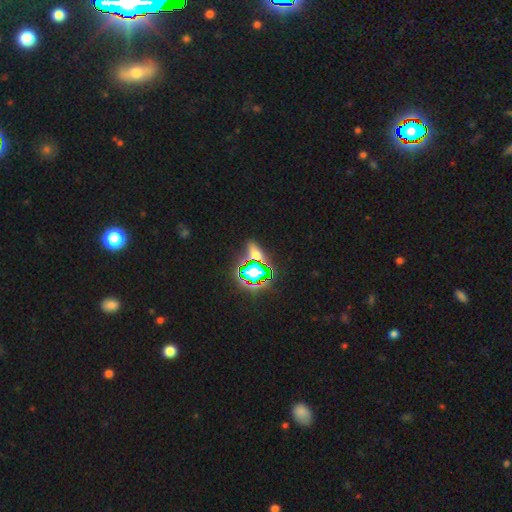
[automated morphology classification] type=star or artifact (54%).